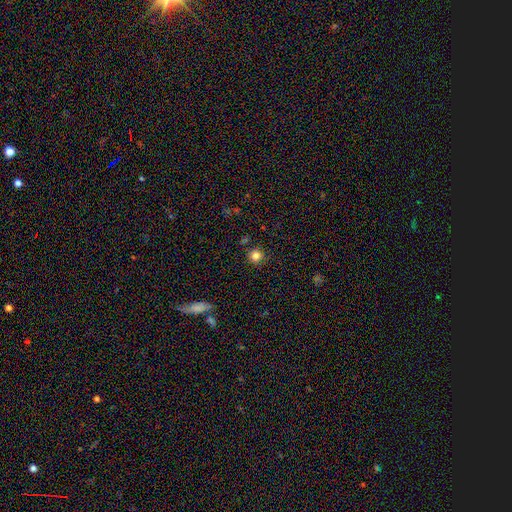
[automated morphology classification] smooth 81%, star or artifact 12%, featured or disk 6%. Down the decision tree: how rounded — round (93%); merging — none (87%).